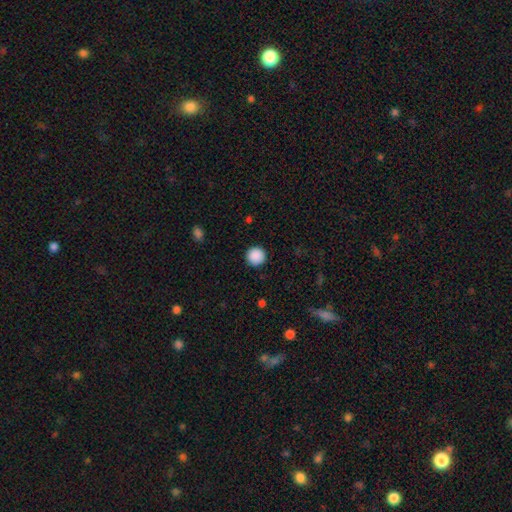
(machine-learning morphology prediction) smooth_or_featured: smooth (p=0.89) [alt: star or artifact p=0.08]
how_rounded: round (p=0.96) [alt: in between p=0.03]
merging: none (p=0.92) [alt: minor disturbance p=0.05]